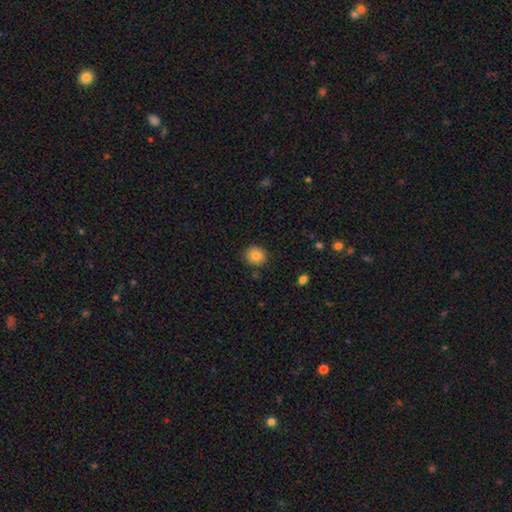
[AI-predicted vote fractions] Q: Smooth or featured?
A: smooth (81%); runner-up: star or artifact (10%)
Q: How rounded?
A: round (81%); runner-up: in between (18%)
Q: Merging?
A: none (84%); runner-up: minor disturbance (12%)